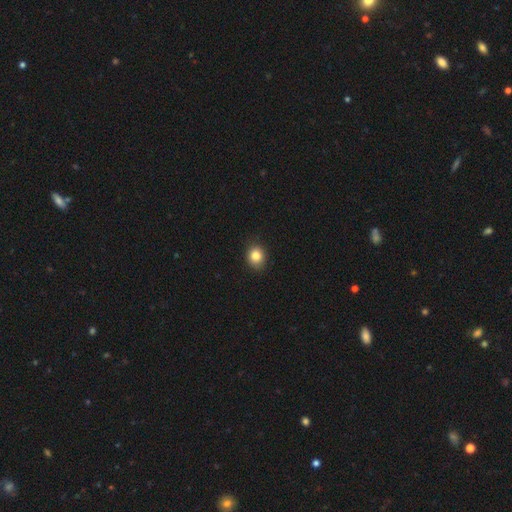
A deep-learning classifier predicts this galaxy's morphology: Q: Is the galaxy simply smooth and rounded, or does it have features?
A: smooth — 84%.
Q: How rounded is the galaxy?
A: round — 73%.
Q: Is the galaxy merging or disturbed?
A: none — 89%.